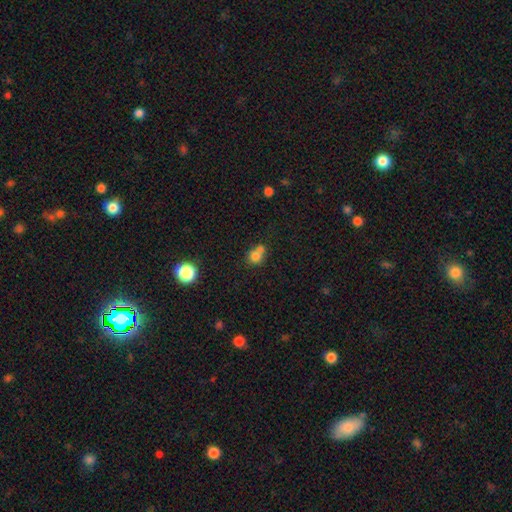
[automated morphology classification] type=smooth (76%); roundness=round (73%); merging=merger (47%).